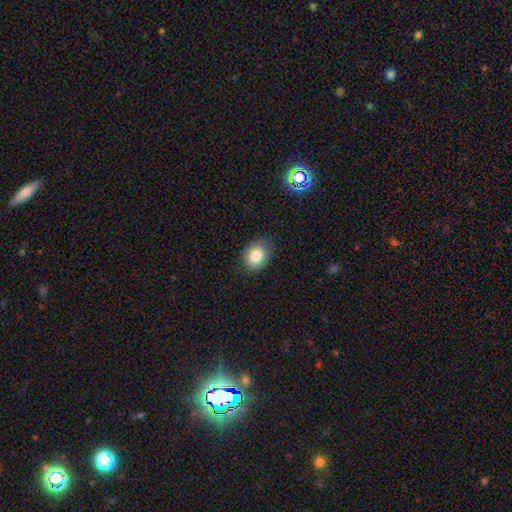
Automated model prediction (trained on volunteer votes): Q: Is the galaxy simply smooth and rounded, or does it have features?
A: smooth — 81%.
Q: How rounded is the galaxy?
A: in between — 54%.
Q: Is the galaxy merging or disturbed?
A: none — 81%.